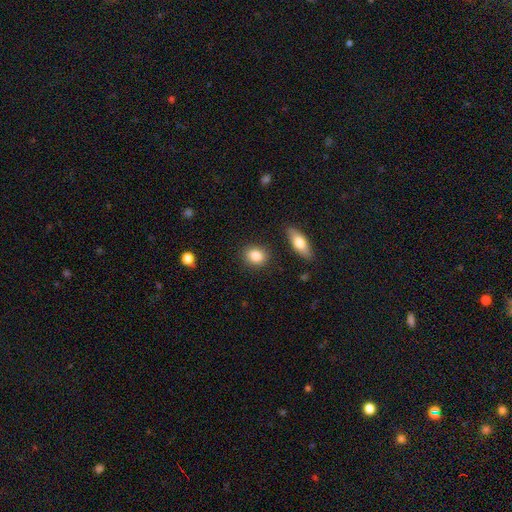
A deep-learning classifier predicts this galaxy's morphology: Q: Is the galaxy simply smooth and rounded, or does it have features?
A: smooth — 86%.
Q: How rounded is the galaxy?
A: round — 53%.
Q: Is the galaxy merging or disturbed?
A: none — 87%.